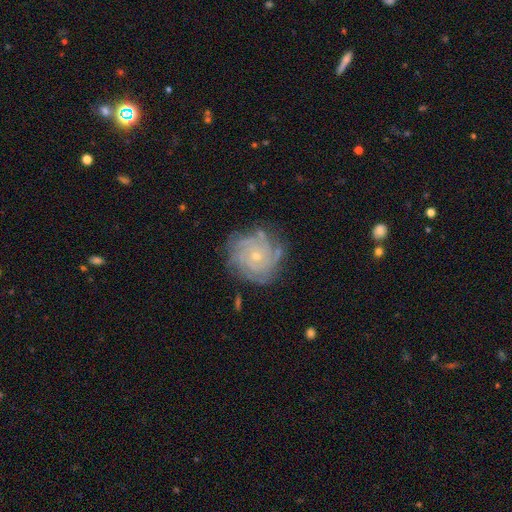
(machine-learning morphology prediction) This is clearly a featured or disk galaxy (84%). It is clearly not viewed edge-on (98%). Bar: clearly no (81%). Spiral arm pattern: clearly yes (96%). Spiral arm count: marginally 4 (30%). Spiral winding: likely tight (77%). Central bulge: likely small (75%). Merging: likely none (76%).